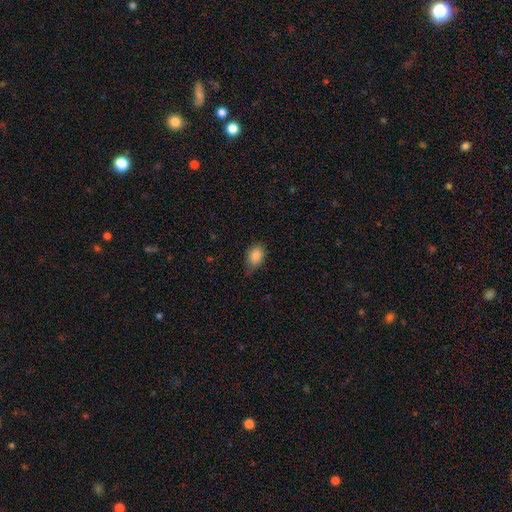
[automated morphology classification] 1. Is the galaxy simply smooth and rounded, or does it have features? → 87% smooth, 8% star or artifact, 5% featured or disk.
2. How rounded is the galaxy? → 75% in between, 24% round, 1% cigar-shaped.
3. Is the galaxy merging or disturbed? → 67% none, 27% minor disturbance, 5% major disturbance, 1% merger.